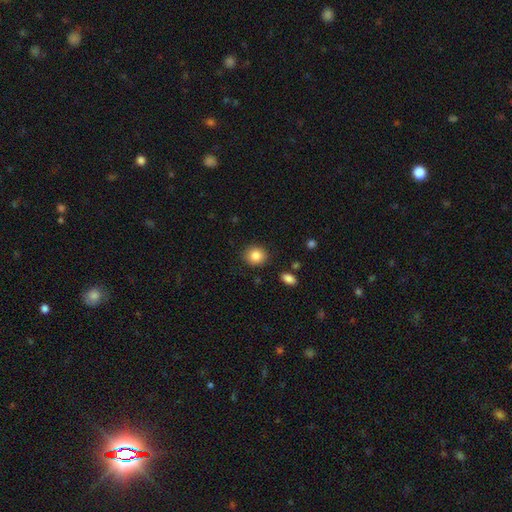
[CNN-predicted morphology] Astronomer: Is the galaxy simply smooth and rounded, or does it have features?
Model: smooth — 85%.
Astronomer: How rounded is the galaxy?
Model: round — 76%.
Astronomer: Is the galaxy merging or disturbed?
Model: none — 87%.